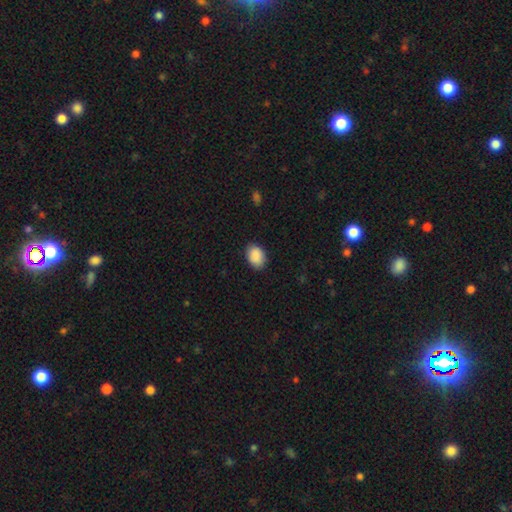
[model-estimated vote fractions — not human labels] Q: Smooth or featured?
A: smooth (90%); runner-up: star or artifact (7%)
Q: How rounded?
A: in between (81%); runner-up: round (18%)
Q: Merging?
A: none (85%); runner-up: minor disturbance (12%)